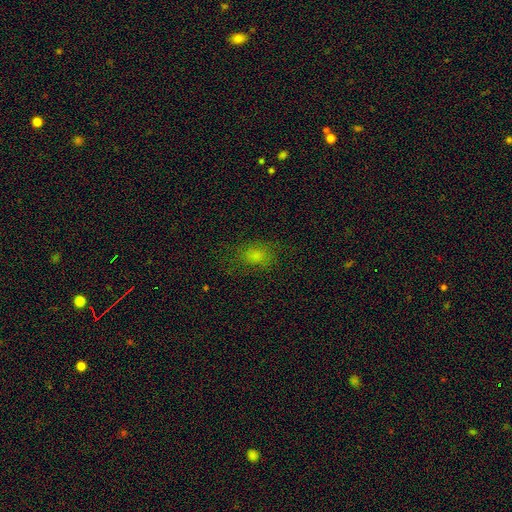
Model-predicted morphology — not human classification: Smooth or featured? smooth (63%)
How rounded? in between (62%)
Merging? none (73%)